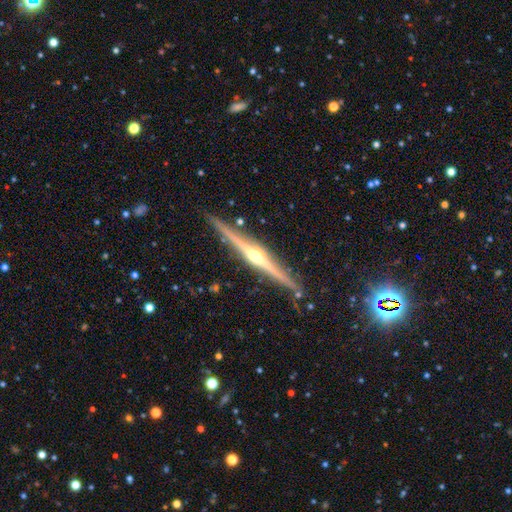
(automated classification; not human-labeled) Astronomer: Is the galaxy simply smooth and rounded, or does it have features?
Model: featured or disk — 87%.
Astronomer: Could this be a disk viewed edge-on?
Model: yes — 98%.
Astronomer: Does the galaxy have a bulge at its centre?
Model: rounded — 92%.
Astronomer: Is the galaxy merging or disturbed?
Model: none — 88%.